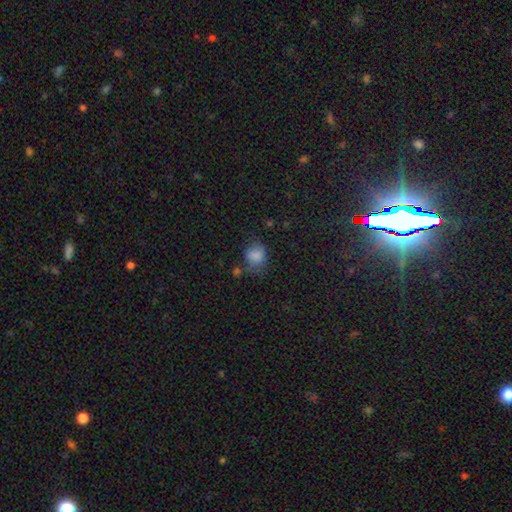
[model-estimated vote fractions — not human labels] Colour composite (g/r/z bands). It shows a smooth galaxy with no disk features (80%) that is round (56%). Merging: none (55%).